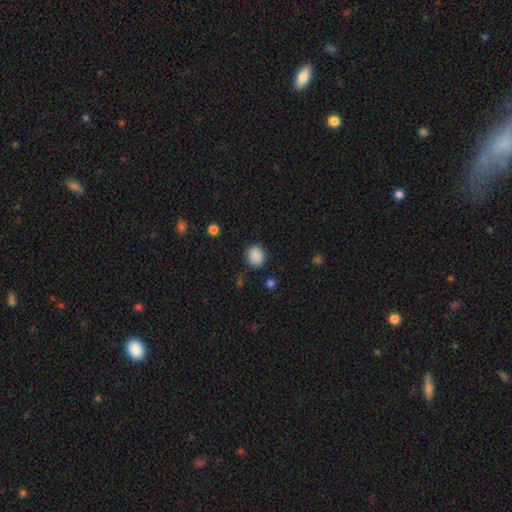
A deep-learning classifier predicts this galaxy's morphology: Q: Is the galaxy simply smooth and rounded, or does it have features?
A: smooth — 88%.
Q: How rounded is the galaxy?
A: round — 74%.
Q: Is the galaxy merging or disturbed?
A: none — 84%.